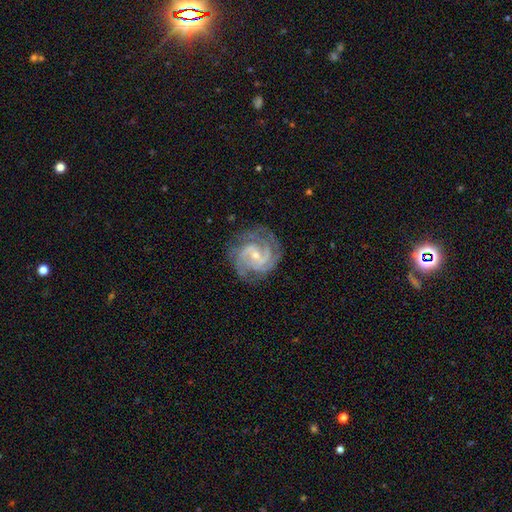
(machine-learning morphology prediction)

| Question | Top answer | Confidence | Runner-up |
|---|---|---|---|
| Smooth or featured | featured or disk | 91% | star or artifact (5%) |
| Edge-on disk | no | 98% | yes (2%) |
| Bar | no | 46% | weak (41%) |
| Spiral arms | yes | 98% | no (2%) |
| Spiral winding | tight | 58% | medium (37%) |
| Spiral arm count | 2 | 39% | 3 (31%) |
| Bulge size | small | 66% | moderate (31%) |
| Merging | none | 77% | minor disturbance (16%) |